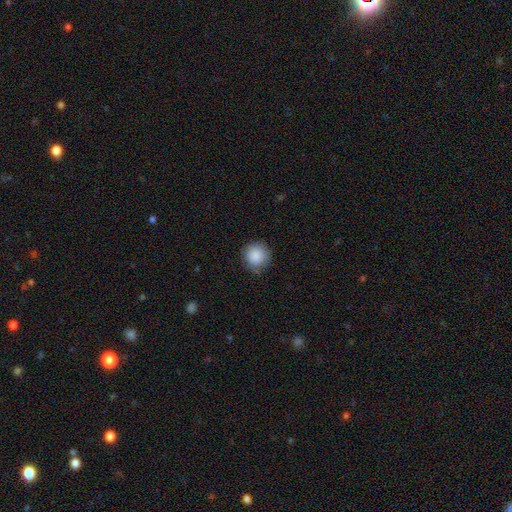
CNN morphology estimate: Overall: smooth (88%). How rounded: round (91%). Merging: none (77%).